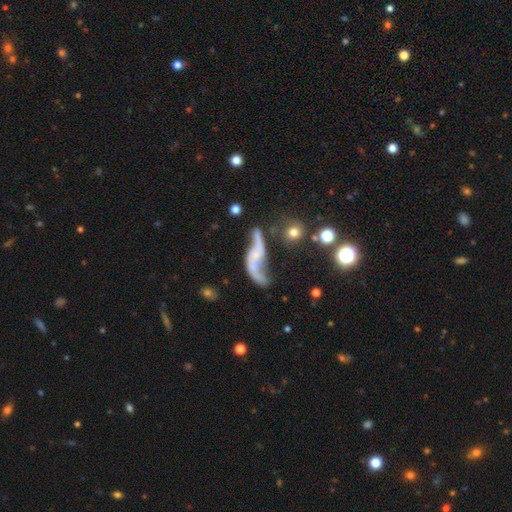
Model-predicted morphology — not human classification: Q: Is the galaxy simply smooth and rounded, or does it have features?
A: featured or disk — 78%.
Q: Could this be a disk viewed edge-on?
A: no — 90%.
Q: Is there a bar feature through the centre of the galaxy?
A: no — 61%.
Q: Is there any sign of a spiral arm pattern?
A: yes — 85%.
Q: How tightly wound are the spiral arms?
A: loose — 91%.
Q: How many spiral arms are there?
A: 2 — 88%.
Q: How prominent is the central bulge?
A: none — 51%.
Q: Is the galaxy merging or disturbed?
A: none — 39%.